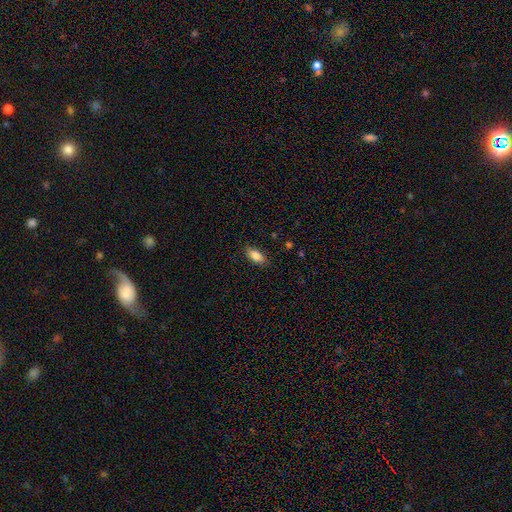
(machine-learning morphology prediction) Smooth or featured? smooth (83%)
How rounded? in between (87%)
Merging? none (85%)